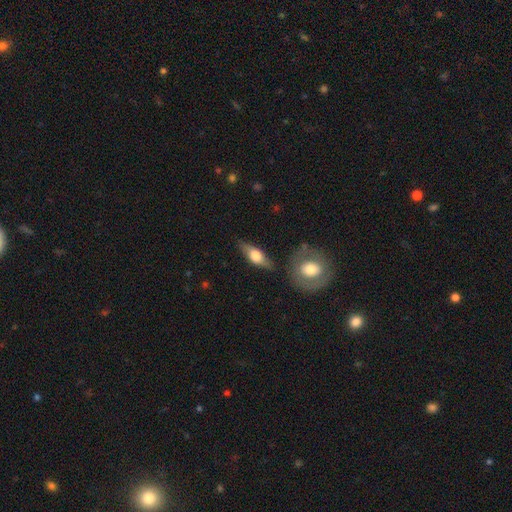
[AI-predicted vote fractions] smooth_or_featured: smooth (p=0.49) [alt: featured or disk p=0.46]
merging: none (p=0.79) [alt: minor disturbance p=0.13]